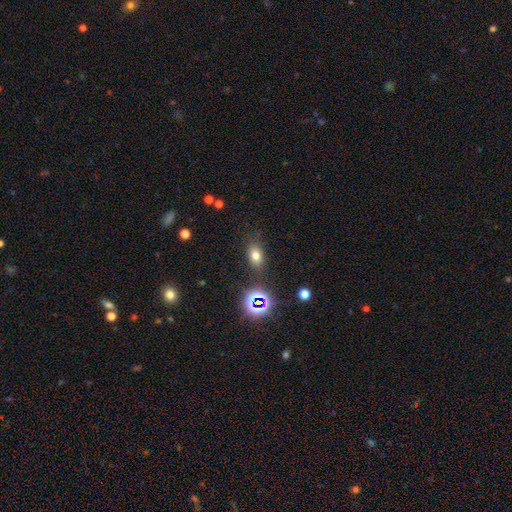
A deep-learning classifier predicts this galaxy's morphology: This appears to be a smooth galaxy with no disk features (69%) that is in between round and cigar-shaped (77%). Merging: none (81%).